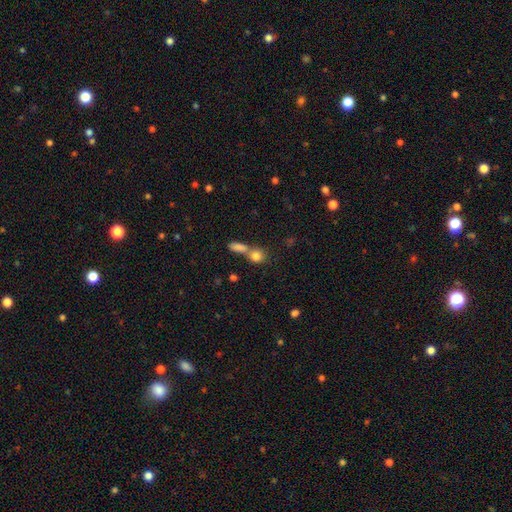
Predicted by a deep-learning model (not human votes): Smooth or featured: smooth — 82% (star or artifact — 10%)
How rounded: round — 70% (in between — 26%)
Merging: merger — 47% (none — 41%)